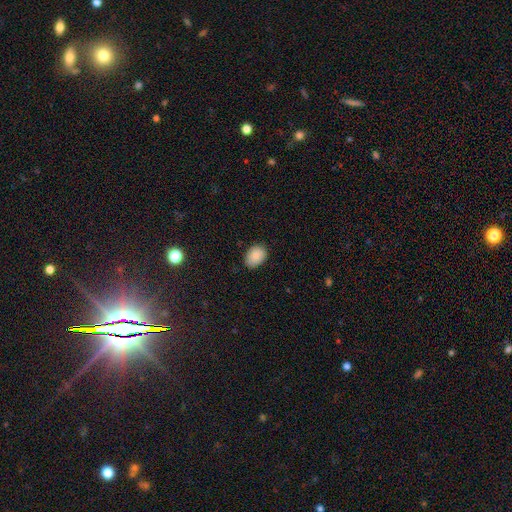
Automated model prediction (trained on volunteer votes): smooth_or_featured: smooth (p=0.88) [alt: star or artifact p=0.08]
how_rounded: in between (p=0.78) [alt: round p=0.21]
merging: none (p=0.80) [alt: minor disturbance p=0.16]